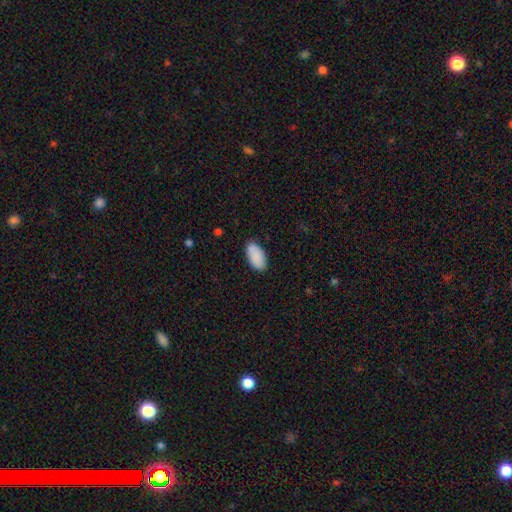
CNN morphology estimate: A smooth galaxy with no disk features (89%) that is in between round and cigar-shaped (95%). Merging: none (85%).